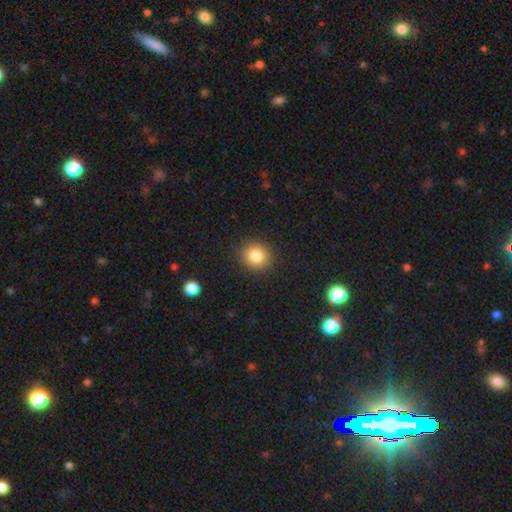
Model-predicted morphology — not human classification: Smooth or featured: smooth — 84% (star or artifact — 10%)
How rounded: round — 88% (in between — 11%)
Merging: none — 90% (minor disturbance — 6%)